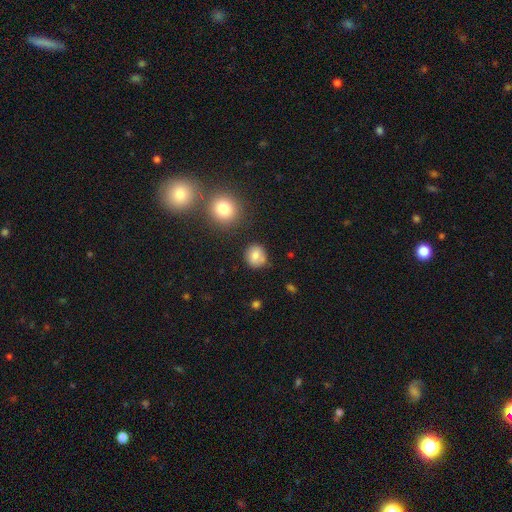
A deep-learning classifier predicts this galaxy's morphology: A smooth galaxy with no disk features (79%) that is round (83%). Merging: none (75%).